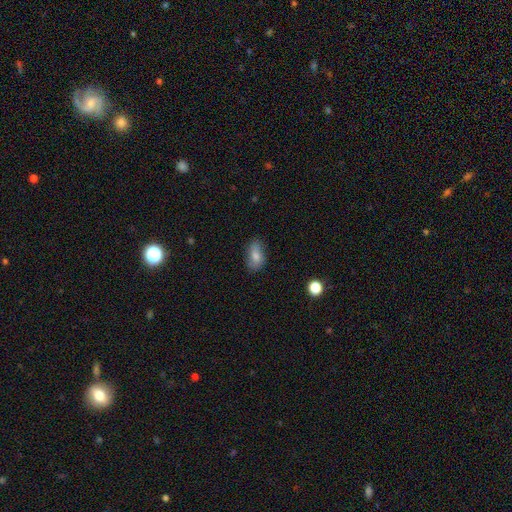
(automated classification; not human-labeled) A smooth galaxy with no disk features (76%) that is in between round and cigar-shaped (88%).

Vote fractions:
- Smooth or featured? smooth: 76% / featured or disk: 16% / star or artifact: 8%
- How rounded? in between: 88% / round: 7% / cigar-shaped: 5%
- Merging? none: 75% / minor disturbance: 19% / major disturbance: 4% / merger: 2%